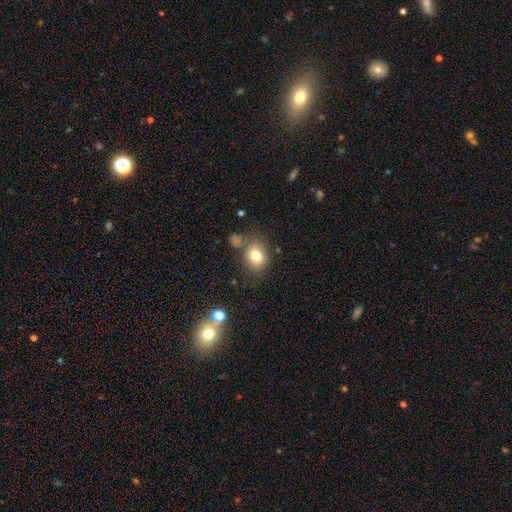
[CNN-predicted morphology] type=smooth (78%); roundness=round (51%); merging=none (70%).